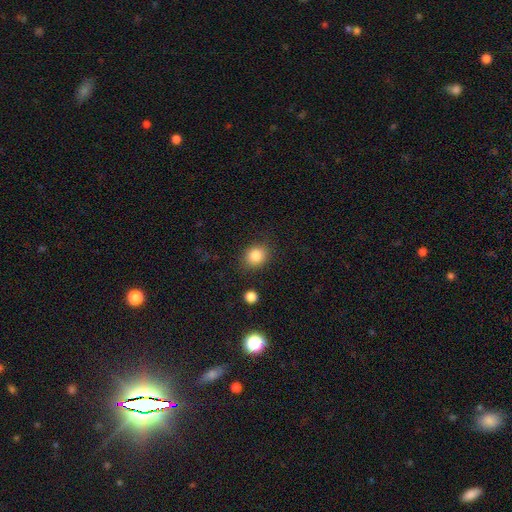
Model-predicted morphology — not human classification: The model was most divided on "how rounded": round: 68%, in between: 31%, cigar-shaped: 1%. More confident: smooth or featured — smooth (84%); merging — none (84%).